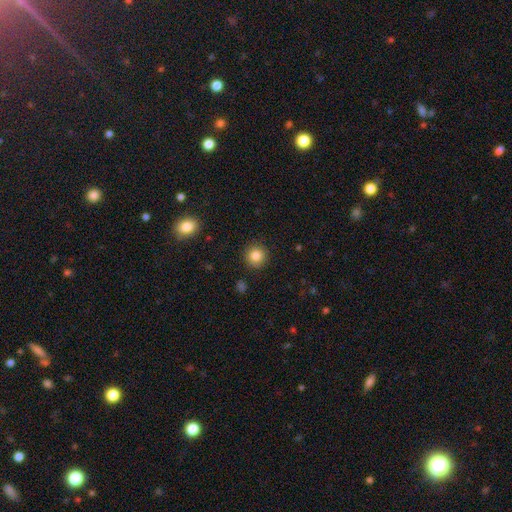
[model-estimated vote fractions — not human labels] This appears to be a smooth galaxy with no disk features (85%) that is round (93%). Merging: none (90%).